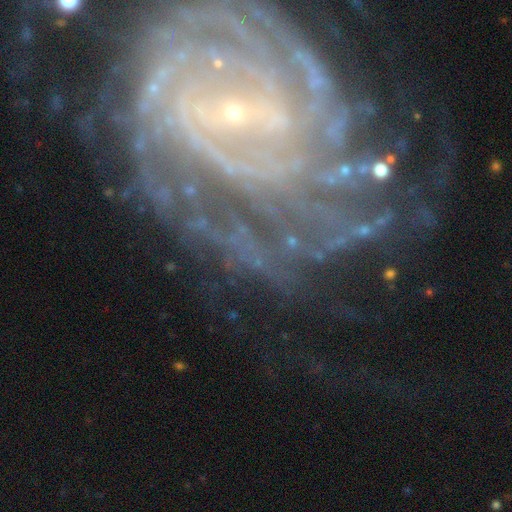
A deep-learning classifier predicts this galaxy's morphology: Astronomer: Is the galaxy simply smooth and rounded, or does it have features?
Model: featured or disk — 89%.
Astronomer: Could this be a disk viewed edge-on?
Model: no — 97%.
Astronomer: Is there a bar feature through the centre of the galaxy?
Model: weak — 40% (runner-up: no, 33%).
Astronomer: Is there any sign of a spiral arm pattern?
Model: yes — 97%.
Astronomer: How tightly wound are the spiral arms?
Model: tight — 72%.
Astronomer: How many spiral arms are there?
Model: can't tell — 23% (runner-up: more than 4, 21%).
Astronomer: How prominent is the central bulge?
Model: small — 88%.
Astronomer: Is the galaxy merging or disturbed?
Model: none — 69%.